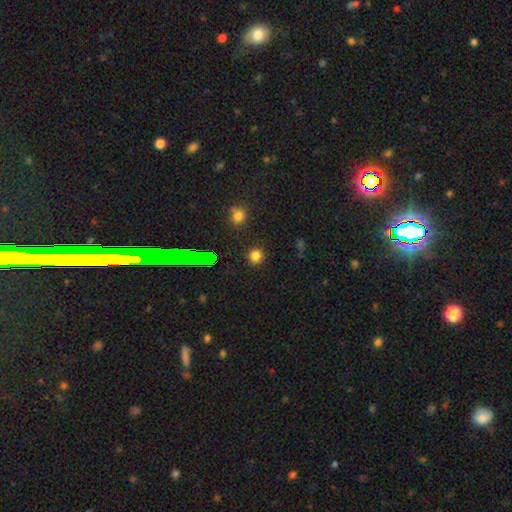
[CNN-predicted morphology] A smooth galaxy with no disk features (77%) that is round (91%). Merging: none (89%).